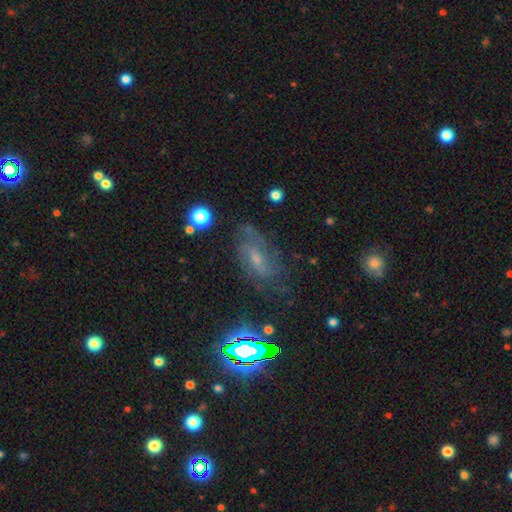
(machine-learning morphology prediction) This appears to be a featured or disk galaxy (58%) with a weak bar (45%), spiral arms (83%) and a small central bulge (52%). Merging: none (59%).